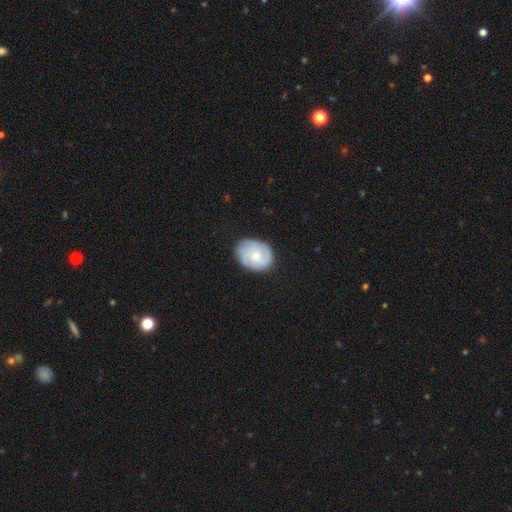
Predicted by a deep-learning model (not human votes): This is possibly a featured or disk galaxy (47%, tied with smooth). Merging: likely none (76%).